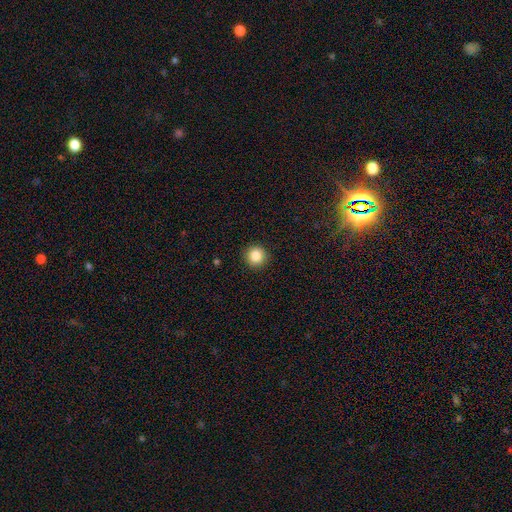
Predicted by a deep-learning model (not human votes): smooth 85%, star or artifact 10%, featured or disk 5%. Down the decision tree: how rounded — round (95%); merging — none (92%).